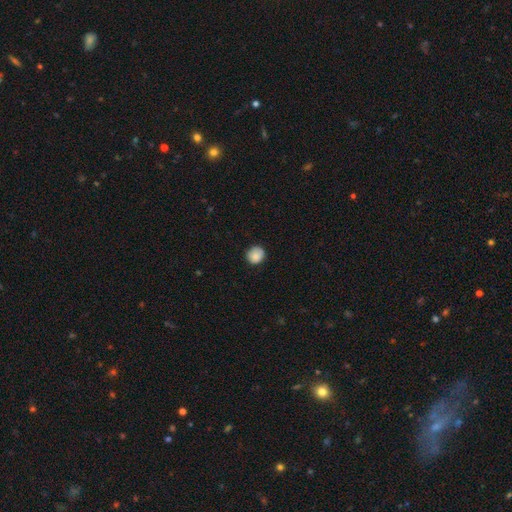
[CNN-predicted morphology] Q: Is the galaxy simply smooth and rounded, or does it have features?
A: smooth — 86%.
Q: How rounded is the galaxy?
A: round — 87%.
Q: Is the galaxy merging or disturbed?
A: none — 79%.